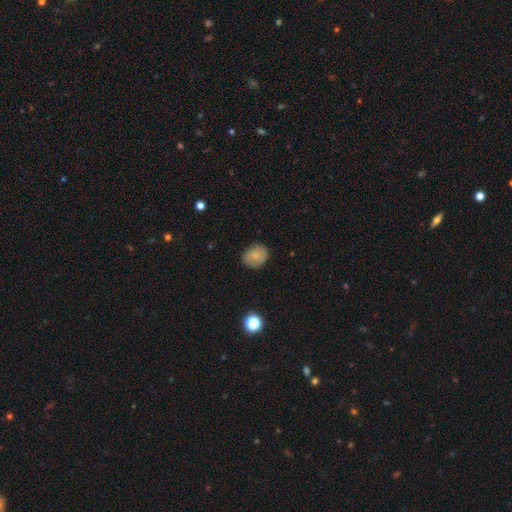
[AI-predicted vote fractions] Smooth or featured? Predicted: smooth (p=0.77). How rounded? Predicted: round (p=0.58). Merging? Predicted: none (p=0.82).